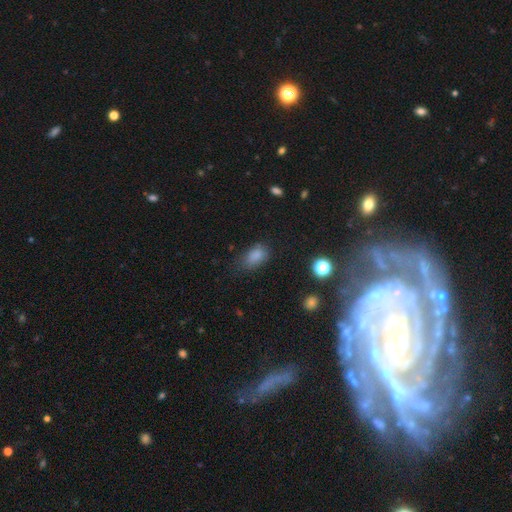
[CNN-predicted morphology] The model was most divided on "merging": none: 62%, minor disturbance: 27%, major disturbance: 9%, merger: 2%. More confident: how rounded — in between (87%); smooth or featured — smooth (83%).